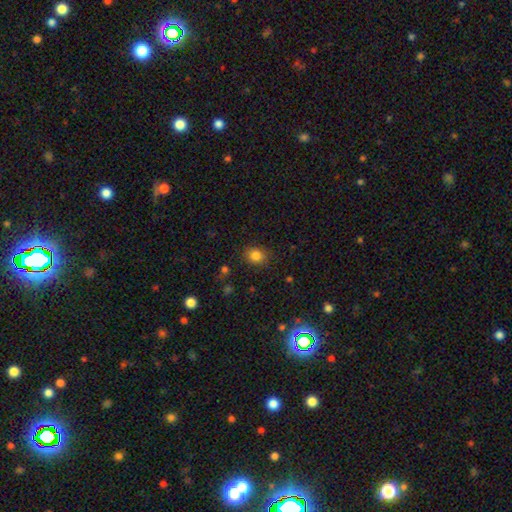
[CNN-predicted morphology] Smooth or featured? smooth (83%)
How rounded? round (56%)
Merging? none (84%)